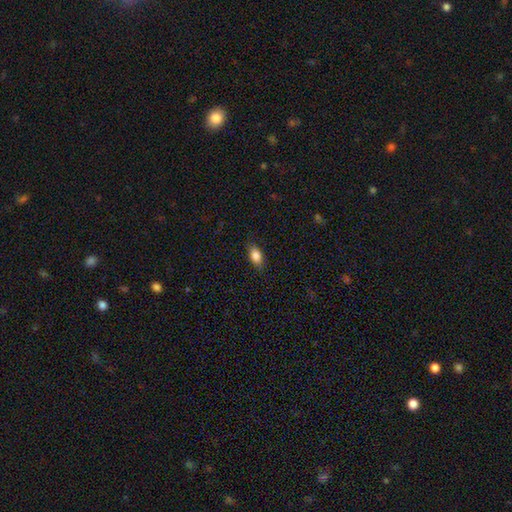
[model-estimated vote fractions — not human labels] Smooth or featured?
  - smooth: 85% *
  - star or artifact: 8%
  - featured or disk: 7%
How rounded?
  - in between: 87% *
  - round: 8%
  - cigar-shaped: 5%
Merging?
  - none: 84% *
  - minor disturbance: 12%
  - major disturbance: 3%
  - merger: 1%